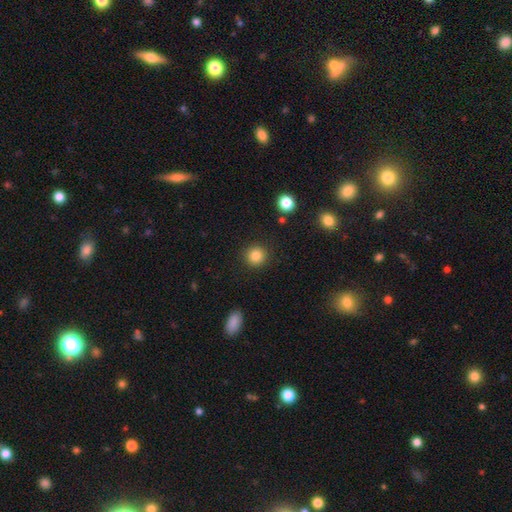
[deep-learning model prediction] This appears to be a smooth galaxy with no disk features (85%) that is round (94%). Merging: none (91%).